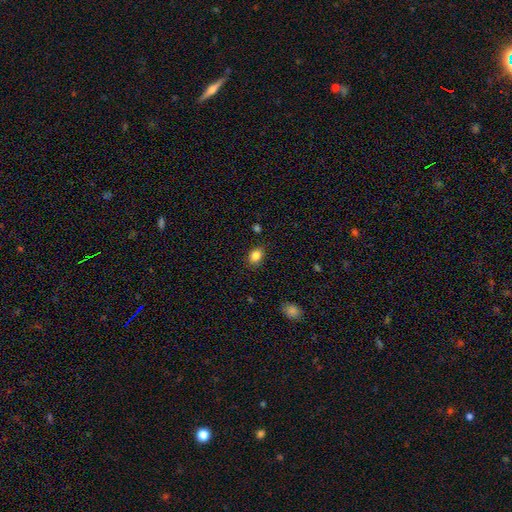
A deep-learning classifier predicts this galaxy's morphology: smooth 84%, star or artifact 10%, featured or disk 6%. Down the decision tree: how rounded — in between (60%); merging — none (83%).